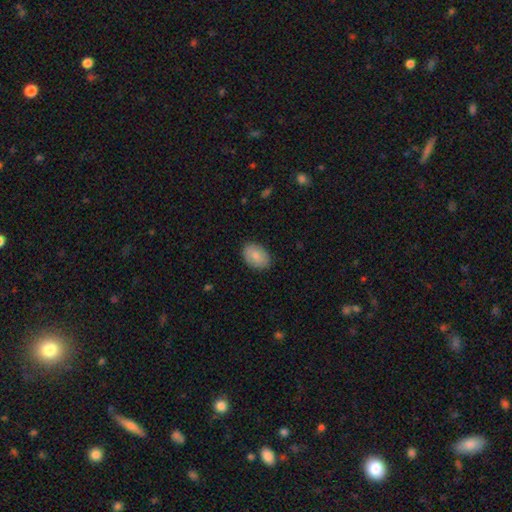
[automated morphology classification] smooth 82%, featured or disk 12%, star or artifact 6%. Down the decision tree: how rounded — in between (84%); merging — none (86%).